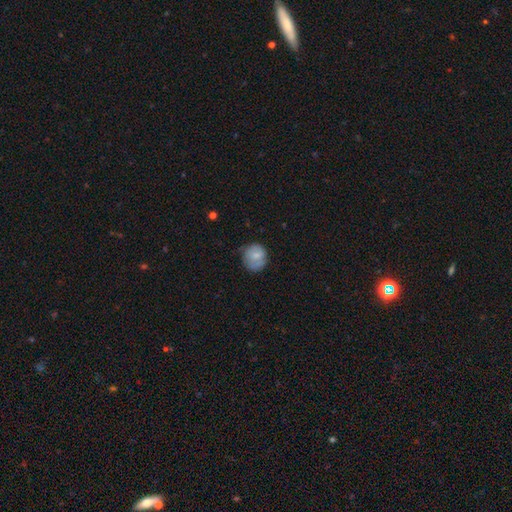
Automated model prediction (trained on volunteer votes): Smooth or featured? smooth (71%)
How rounded? round (78%)
Merging? none (60%)